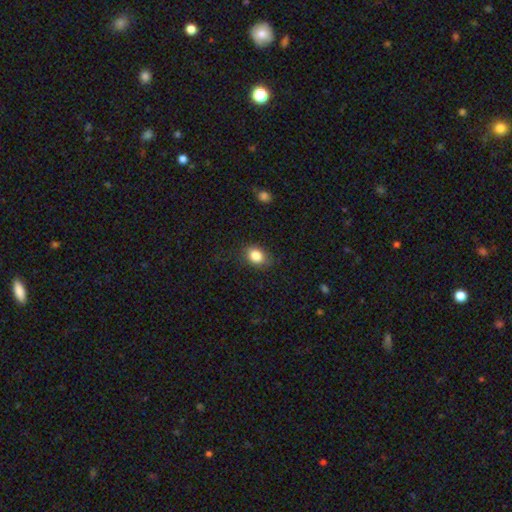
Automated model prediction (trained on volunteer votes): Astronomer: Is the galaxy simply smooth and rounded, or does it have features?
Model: smooth — 84%.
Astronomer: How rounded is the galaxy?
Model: in between — 64%.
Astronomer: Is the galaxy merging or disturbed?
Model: none — 79%.